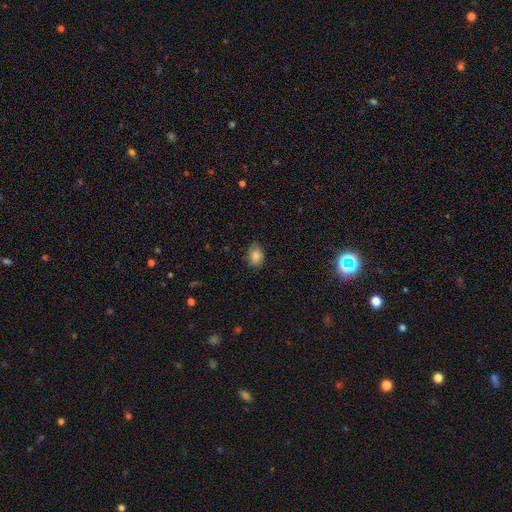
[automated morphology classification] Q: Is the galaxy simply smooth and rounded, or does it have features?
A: smooth — 80%.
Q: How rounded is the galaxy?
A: in between — 72%.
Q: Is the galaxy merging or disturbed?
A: none — 76%.